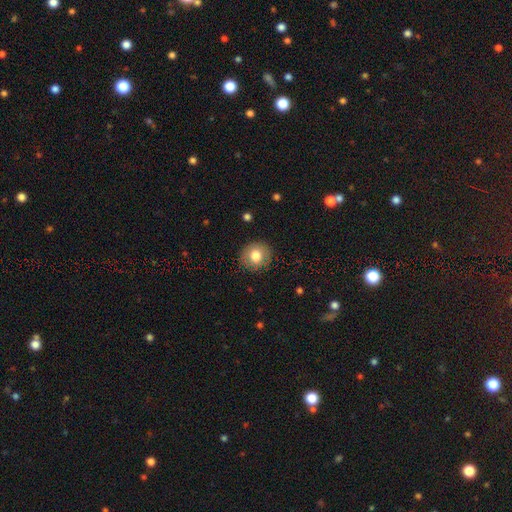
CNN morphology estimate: smooth-or-featured: smooth: 78% | featured or disk: 14% | star or artifact: 9%
  how-rounded: round: 88% | in between: 11% | cigar-shaped: 1%
  merging: none: 87% | minor disturbance: 9% | major disturbance: 3% | merger: 1%